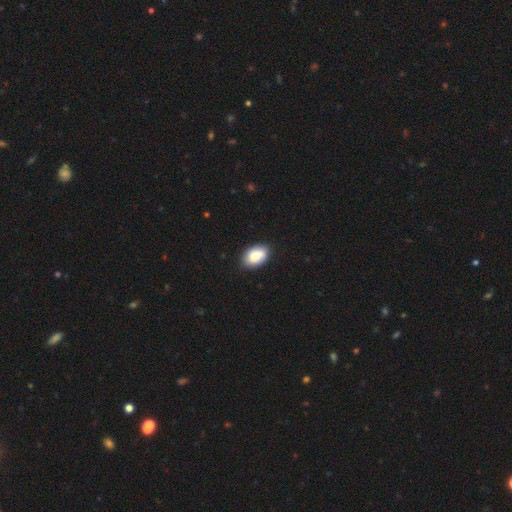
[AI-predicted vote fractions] This appears to be a smooth galaxy with no disk features (85%) that is in between round and cigar-shaped (89%). Merging: none (83%).